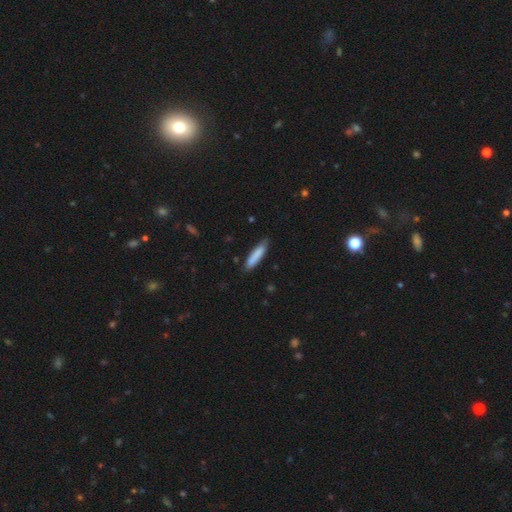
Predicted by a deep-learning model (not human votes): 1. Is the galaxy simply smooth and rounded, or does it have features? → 84% smooth, 10% featured or disk, 6% star or artifact.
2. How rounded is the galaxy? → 81% cigar-shaped, 18% in between, 1% round.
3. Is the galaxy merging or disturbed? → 81% none, 16% minor disturbance, 2% major disturbance, 2% merger.